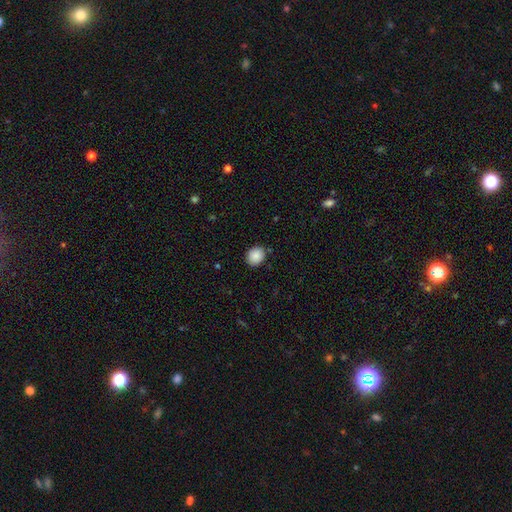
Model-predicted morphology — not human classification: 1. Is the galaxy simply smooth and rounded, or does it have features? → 88% smooth, 8% star or artifact, 4% featured or disk.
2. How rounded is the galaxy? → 61% round, 38% in between, 1% cigar-shaped.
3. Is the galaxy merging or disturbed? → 84% none, 12% minor disturbance, 2% major disturbance, 2% merger.